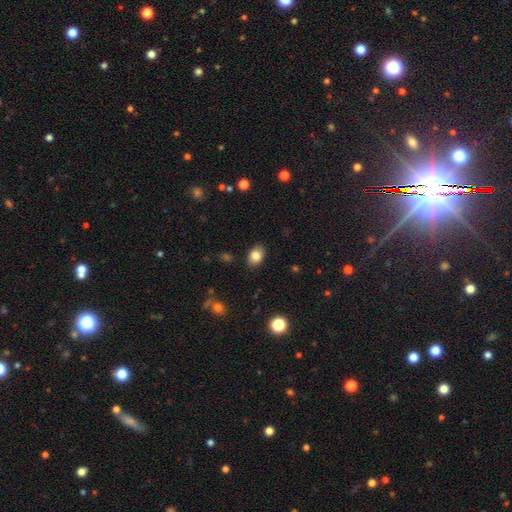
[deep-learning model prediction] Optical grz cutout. It shows a smooth galaxy with no disk features (83%) that is in between round and cigar-shaped (77%). Merging: none (86%).